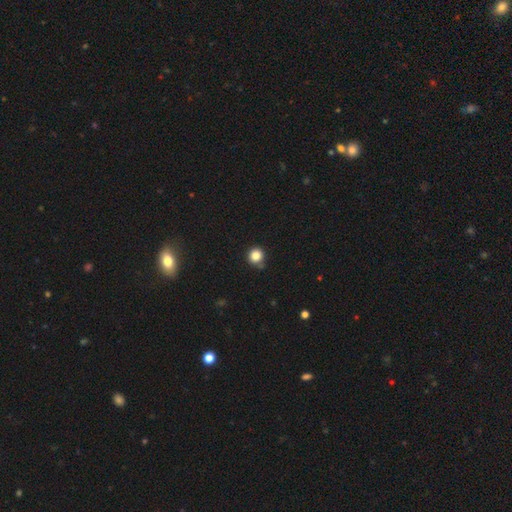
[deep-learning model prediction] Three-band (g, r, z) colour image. It shows a smooth galaxy with no disk features (84%) that is round (92%). Merging: none (80%).